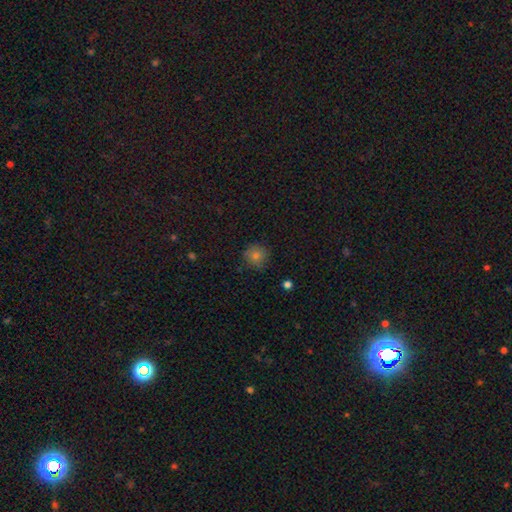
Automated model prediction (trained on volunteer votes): smooth_or_featured: smooth (p=0.77) [alt: star or artifact p=0.14]
how_rounded: round (p=0.93) [alt: in between p=0.06]
merging: none (p=0.84) [alt: minor disturbance p=0.13]